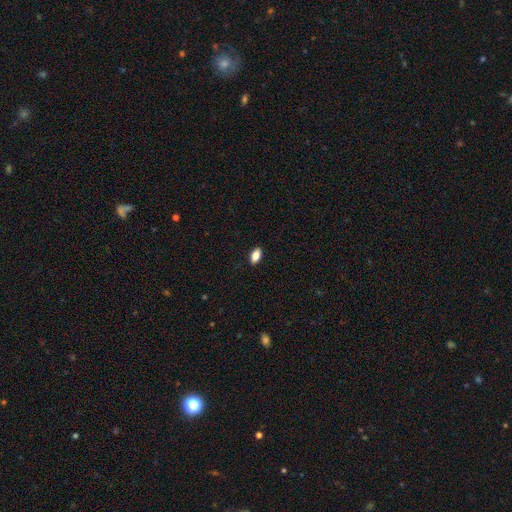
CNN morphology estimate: smooth-or-featured: smooth: 83% | featured or disk: 9% | star or artifact: 8%
  how-rounded: in between: 90% | round: 5% | cigar-shaped: 4%
  merging: none: 89% | minor disturbance: 9% | major disturbance: 2% | merger: 1%